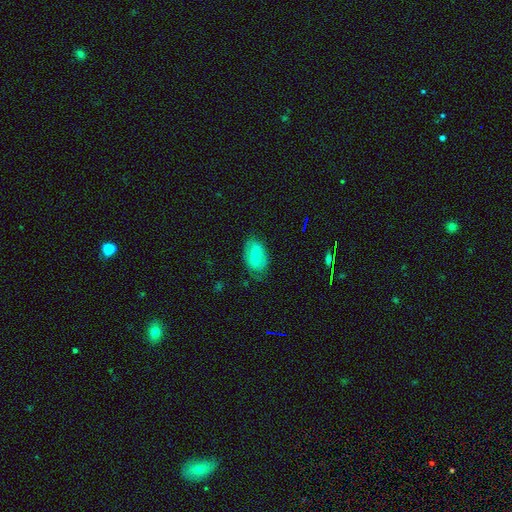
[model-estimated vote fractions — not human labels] The model was most divided on "smooth or featured": smooth: 59%, featured or disk: 33%, star or artifact: 8%. More confident: how rounded — in between (90%); merging — none (72%).